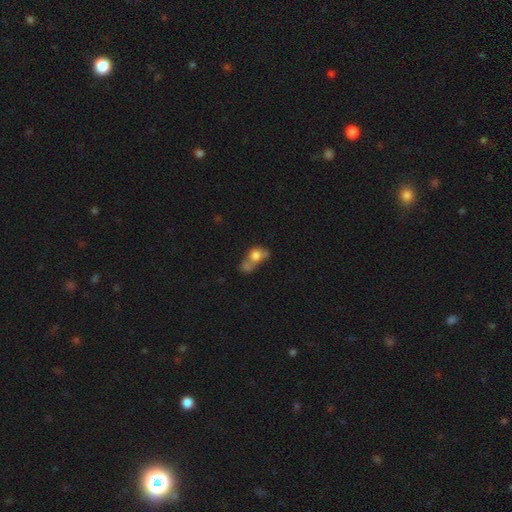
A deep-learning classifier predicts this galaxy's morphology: Smooth or featured: smooth — 69% (featured or disk — 20%)
How rounded: round — 51% (in between — 45%)
Merging: merger — 57% (none — 20%)